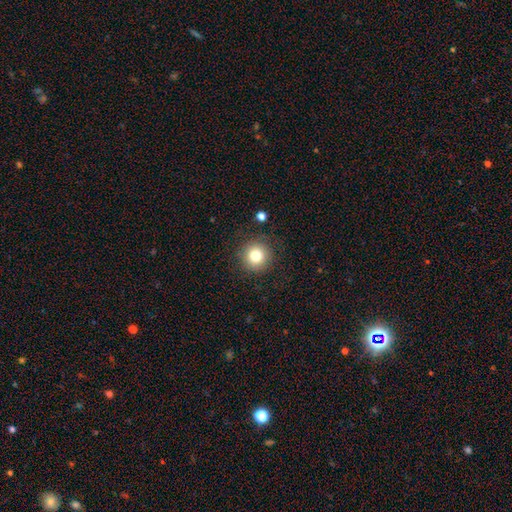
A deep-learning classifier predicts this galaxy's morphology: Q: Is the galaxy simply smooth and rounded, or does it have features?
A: smooth — 79%.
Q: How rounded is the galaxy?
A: round — 95%.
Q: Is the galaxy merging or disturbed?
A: none — 87%.